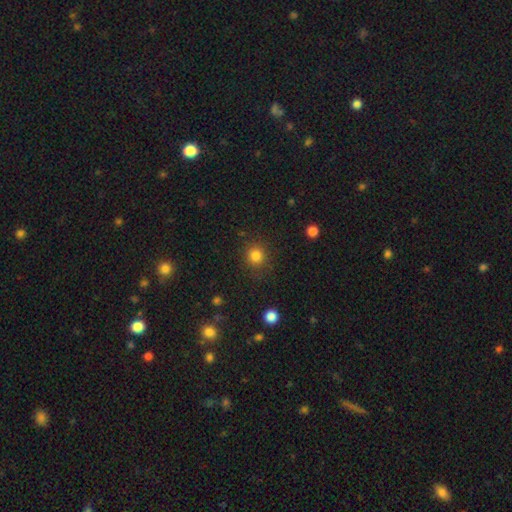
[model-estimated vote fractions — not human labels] smooth 84%, star or artifact 12%, featured or disk 4%. Down the decision tree: how rounded — round (92%); merging — none (87%).